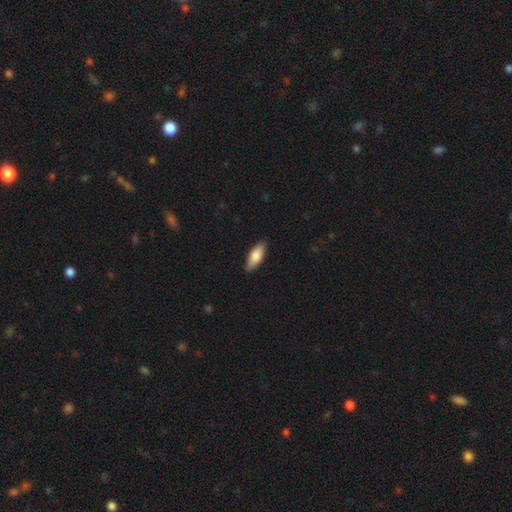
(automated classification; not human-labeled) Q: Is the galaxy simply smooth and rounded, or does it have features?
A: smooth — 83%.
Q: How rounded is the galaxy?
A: in between — 78%.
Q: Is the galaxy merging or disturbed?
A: none — 86%.